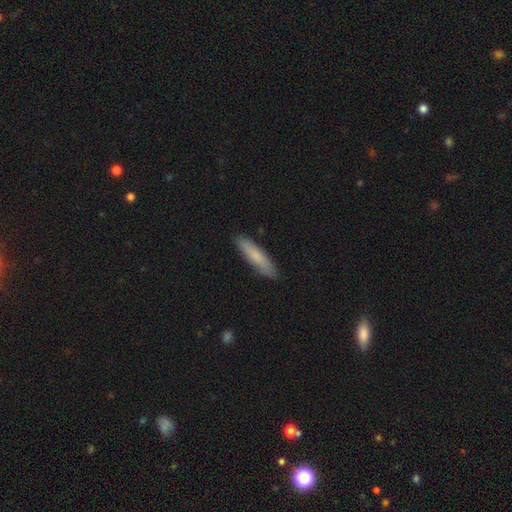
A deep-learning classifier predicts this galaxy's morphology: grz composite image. It shows a smooth galaxy with no disk features (79%) that is cigar-shaped (82%). Merging: none (89%).